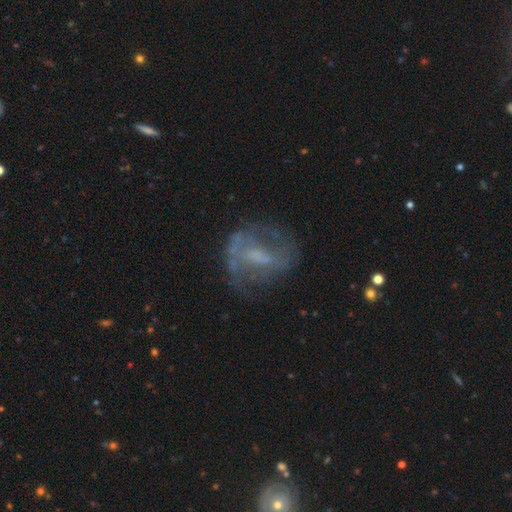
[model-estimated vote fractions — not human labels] smooth_or_featured: featured or disk (p=0.65) [alt: smooth p=0.22]
disk_edge_on: no (p=0.95) [alt: yes p=0.05]
bar: weak (p=0.44) [alt: no p=0.35]
has_spiral_arms: yes (p=0.59) [alt: no p=0.41]
bulge_size: none (p=0.33) [tied with: small p=0.33]
merging: none (p=0.60) [alt: minor disturbance p=0.19]